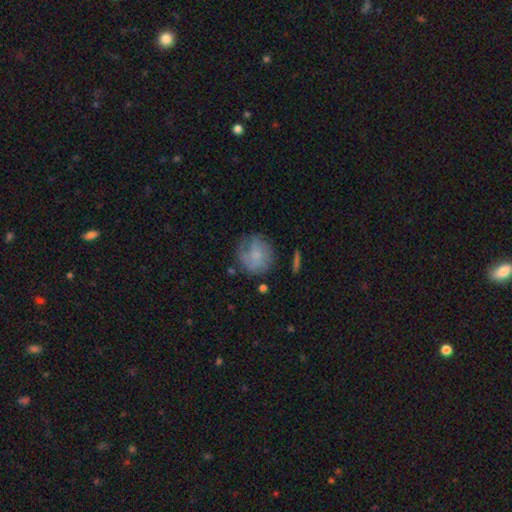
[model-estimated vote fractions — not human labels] Smooth or featured: smooth — 51% (featured or disk — 41%)
How rounded: round — 80% (in between — 19%)
Merging: none — 61% (minor disturbance — 23%)